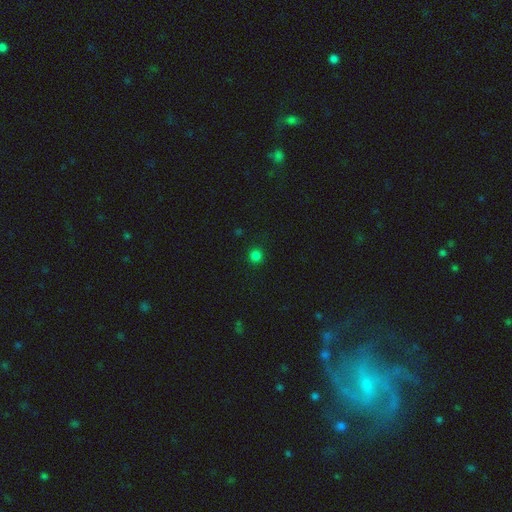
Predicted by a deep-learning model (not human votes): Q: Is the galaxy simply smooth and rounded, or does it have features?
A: smooth — 81%.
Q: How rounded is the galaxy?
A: round — 94%.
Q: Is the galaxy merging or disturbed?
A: none — 92%.